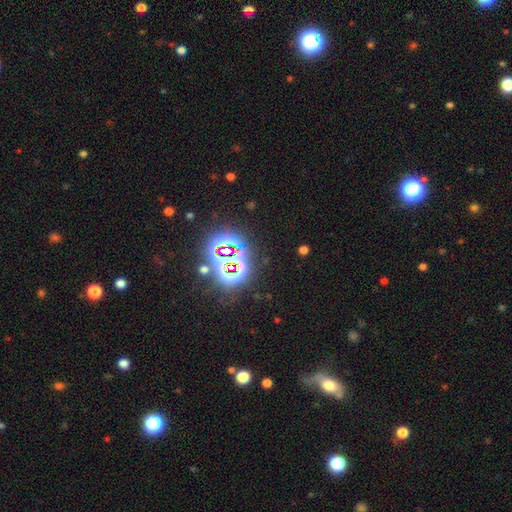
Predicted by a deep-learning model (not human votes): A star or artifact, not a galaxy (81%).

Vote fractions:
- Smooth or featured? star or artifact: 81% / smooth: 11% / featured or disk: 8%